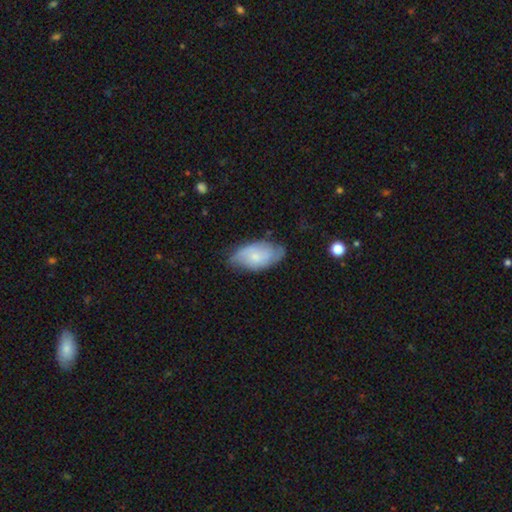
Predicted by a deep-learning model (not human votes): Morphology: type=smooth (52%); roundness=in between (93%); merging=none (61%).